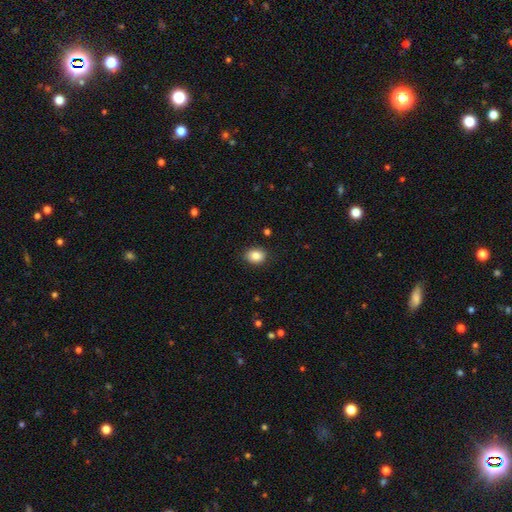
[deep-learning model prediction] A smooth galaxy with no disk features (86%) that is in between round and cigar-shaped (56%).

Vote fractions:
- Smooth or featured? smooth: 86% / star or artifact: 9% / featured or disk: 5%
- How rounded? in between: 56% / round: 43% / cigar-shaped: 1%
- Merging? none: 88% / minor disturbance: 9% / major disturbance: 2% / merger: 1%